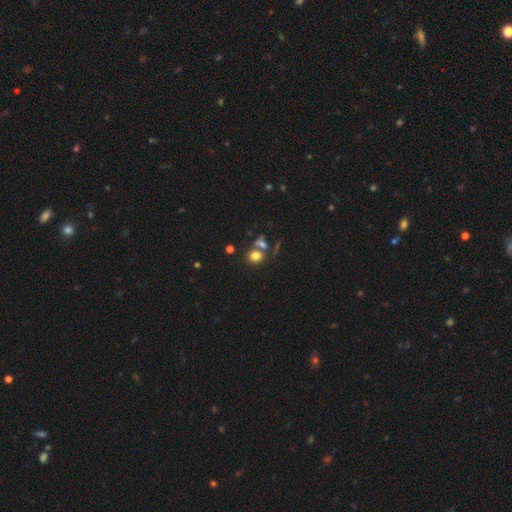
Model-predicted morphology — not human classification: Overall: smooth (76%). How rounded: round (68%; in between 31%). Merging: none (52%; merger 34%).